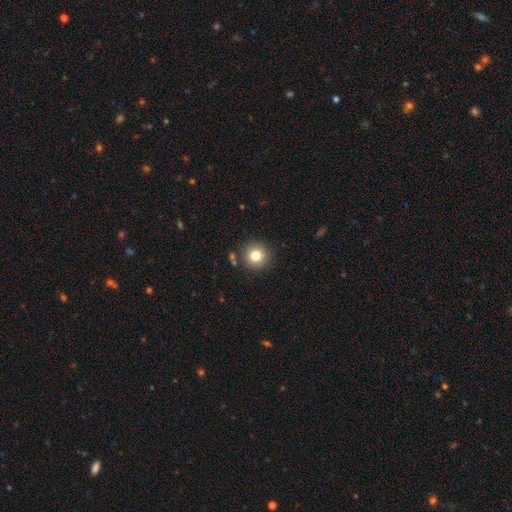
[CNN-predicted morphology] The model was most divided on "smooth or featured": smooth: 80%, star or artifact: 12%, featured or disk: 9%. More confident: how rounded — round (93%); merging — none (87%).